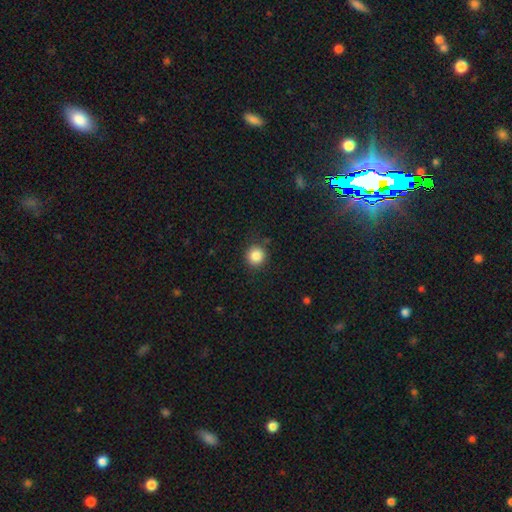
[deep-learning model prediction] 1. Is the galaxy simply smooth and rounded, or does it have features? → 86% smooth, 10% star or artifact, 4% featured or disk.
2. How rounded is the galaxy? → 93% round, 6% in between, 1% cigar-shaped.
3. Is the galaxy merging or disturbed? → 87% none, 9% minor disturbance, 3% major disturbance, 2% merger.